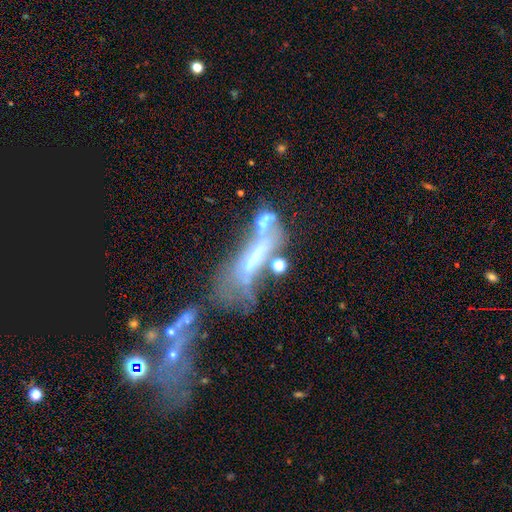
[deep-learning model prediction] Smooth or featured: featured or disk — 57% (smooth — 27%)
Edge-on disk: no — 69% (yes — 31%)
Merging: merger — 39% (major disturbance — 30%)